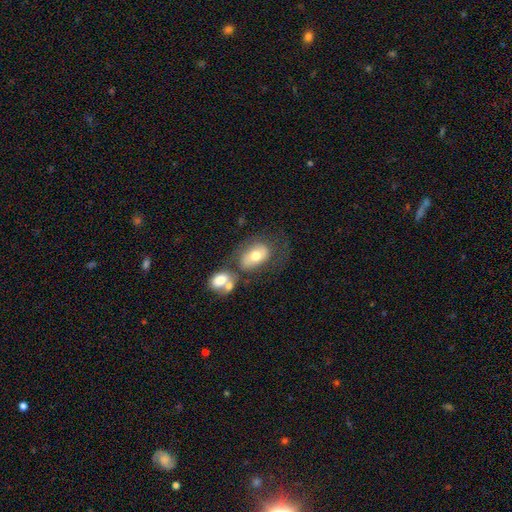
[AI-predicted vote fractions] smooth 62%, featured or disk 30%, star or artifact 8%. Down the decision tree: how rounded — in between (81%); merging — none (35%).